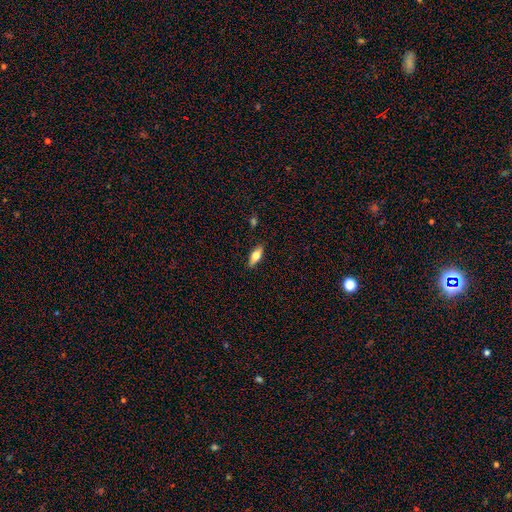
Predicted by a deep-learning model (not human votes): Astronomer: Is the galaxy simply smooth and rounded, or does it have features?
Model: smooth — 64%.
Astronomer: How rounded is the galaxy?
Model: in between — 74%.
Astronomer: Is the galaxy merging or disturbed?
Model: none — 87%.